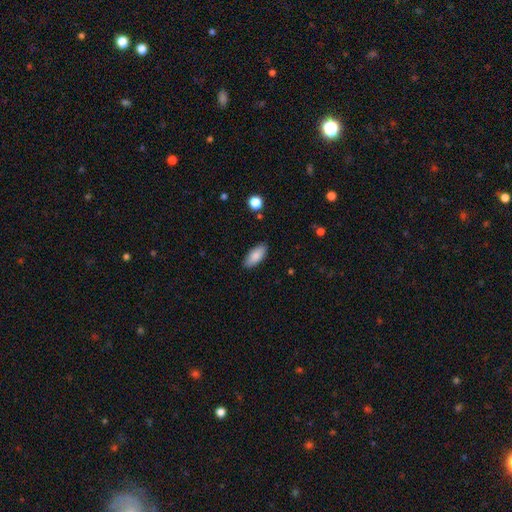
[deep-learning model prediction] This is clearly a smooth galaxy (87%). How rounded: clearly in between (85%). Merging: clearly none (87%).